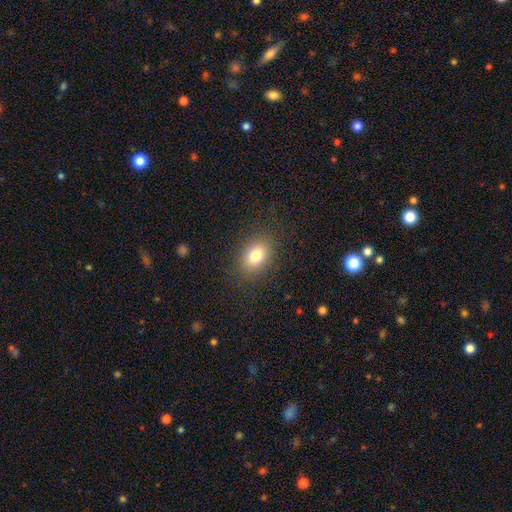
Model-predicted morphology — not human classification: type=smooth (80%); roundness=in between (79%); merging=none (85%).